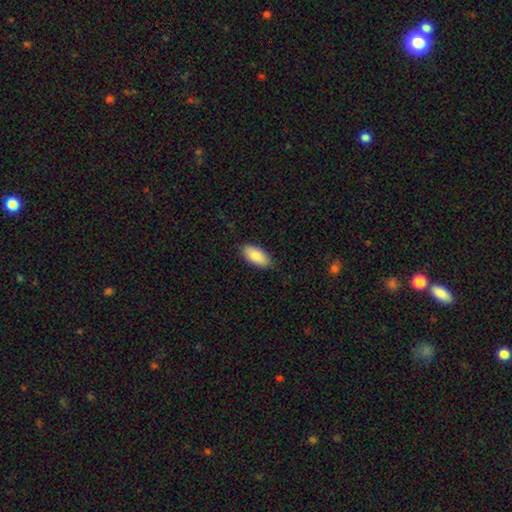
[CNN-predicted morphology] smooth_or_featured: smooth (p=0.86) [alt: featured or disk p=0.08]
how_rounded: in between (p=0.93) [alt: cigar-shaped p=0.05]
merging: none (p=0.86) [alt: minor disturbance p=0.11]